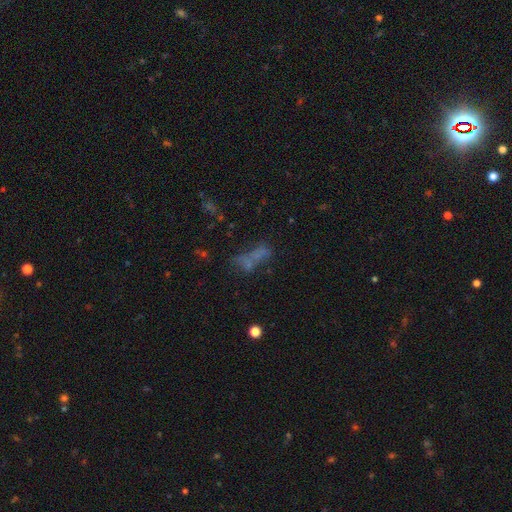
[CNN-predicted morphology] smooth_or_featured: smooth (p=0.47) [alt: star or artifact p=0.27]
merging: none (p=0.40) [alt: merger p=0.29]